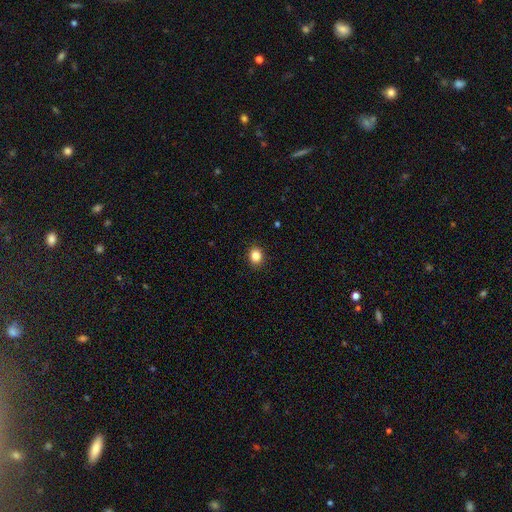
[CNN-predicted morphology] Smooth or featured?
  - smooth: 85% *
  - star or artifact: 10%
  - featured or disk: 4%
How rounded?
  - round: 58% *
  - in between: 41%
  - cigar-shaped: 1%
Merging?
  - none: 90% *
  - minor disturbance: 7%
  - major disturbance: 2%
  - merger: 1%